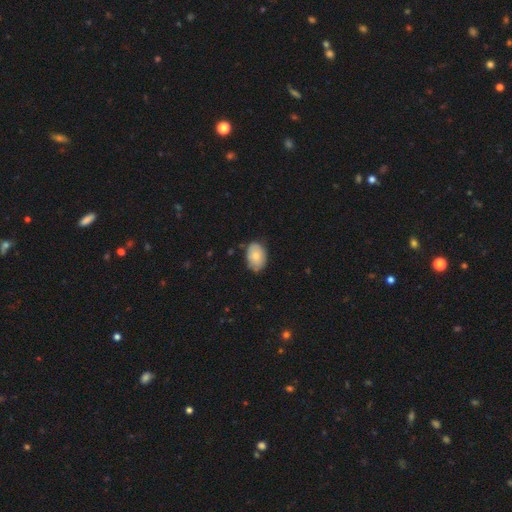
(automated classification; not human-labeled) smooth-or-featured: smooth: 77% | featured or disk: 16% | star or artifact: 7%
  how-rounded: in between: 83% | round: 16% | cigar-shaped: 1%
  merging: none: 75% | minor disturbance: 21% | major disturbance: 3% | merger: 1%